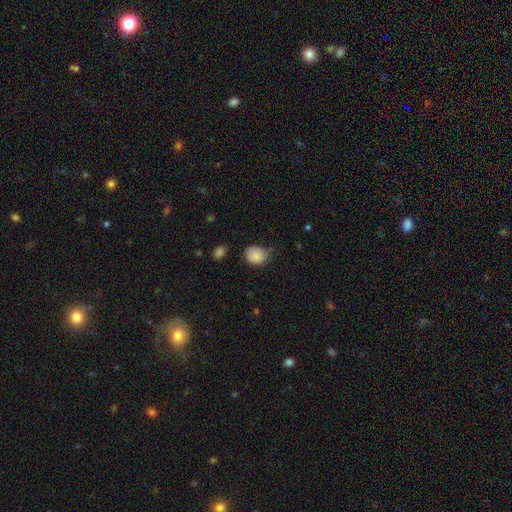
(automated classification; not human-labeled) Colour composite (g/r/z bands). It shows a smooth galaxy with no disk features (84%) that is in between round and cigar-shaped (52%). Merging: none (48%).